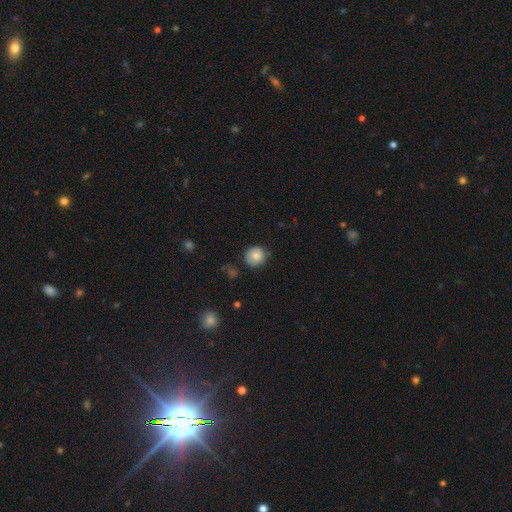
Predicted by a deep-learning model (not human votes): Smooth or featured?
  - smooth: 81% *
  - featured or disk: 11%
  - star or artifact: 8%
How rounded?
  - round: 88% *
  - in between: 11%
  - cigar-shaped: 1%
Merging?
  - none: 79% *
  - minor disturbance: 16%
  - major disturbance: 3%
  - merger: 2%